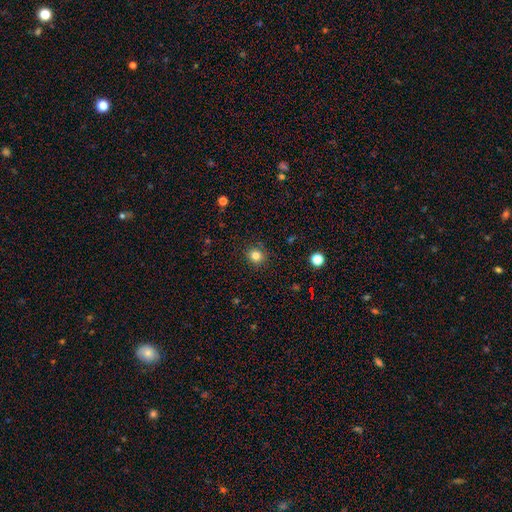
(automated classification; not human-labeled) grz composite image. It shows a smooth galaxy with no disk features (82%) that is round (89%). Merging: none (89%).